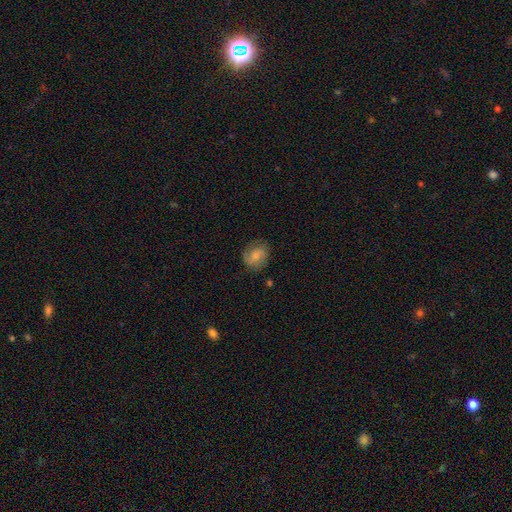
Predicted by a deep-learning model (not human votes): This is likely a smooth galaxy (65%). How rounded: likely round (68%). Merging: likely none (75%).